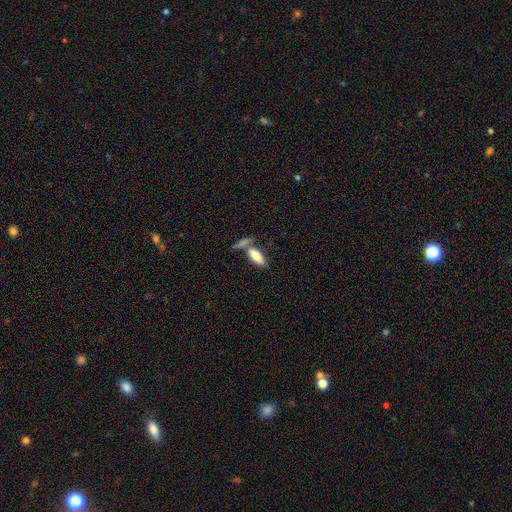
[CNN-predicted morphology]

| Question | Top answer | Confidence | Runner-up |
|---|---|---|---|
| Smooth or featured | smooth | 78% | featured or disk (16%) |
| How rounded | in between | 67% | cigar-shaped (31%) |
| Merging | none | 49% | merger (33%) |